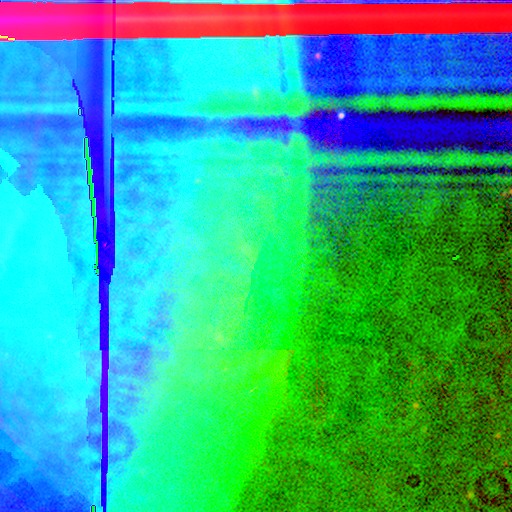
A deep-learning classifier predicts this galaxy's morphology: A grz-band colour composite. It shows a star or artifact, not a galaxy (84%).